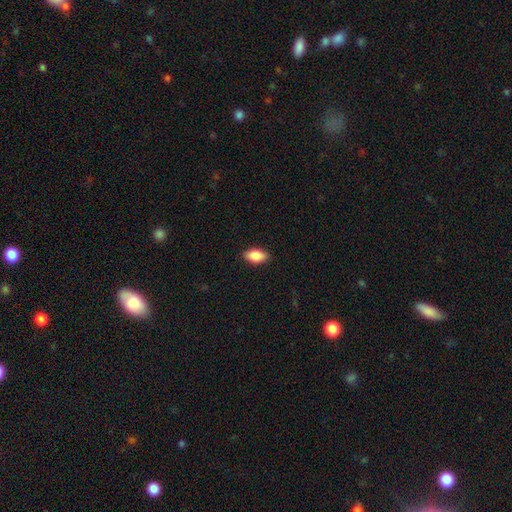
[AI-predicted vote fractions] A smooth galaxy with no disk features (86%) that is in between round and cigar-shaped (92%).

Vote fractions:
- Smooth or featured? smooth: 86% / featured or disk: 7% / star or artifact: 7%
- How rounded? in between: 92% / cigar-shaped: 4% / round: 4%
- Merging? none: 89% / minor disturbance: 8% / major disturbance: 2% / merger: 1%